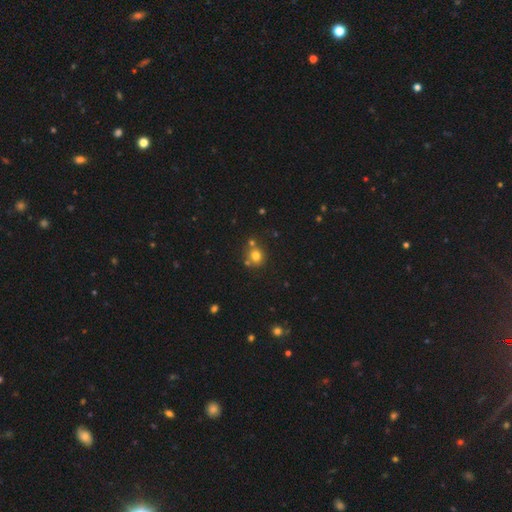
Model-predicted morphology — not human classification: smooth-or-featured: smooth: 75% | star or artifact: 15% | featured or disk: 10%
  how-rounded: round: 85% | in between: 14% | cigar-shaped: 1%
  merging: none: 65% | merger: 22% | minor disturbance: 10% | major disturbance: 3%